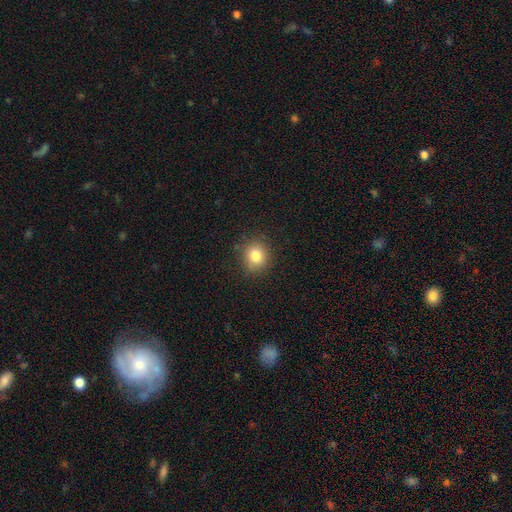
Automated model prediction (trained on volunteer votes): Smooth or featured? Predicted: smooth (p=0.81). How rounded? Predicted: round (p=0.77). Merging? Predicted: none (p=0.85).